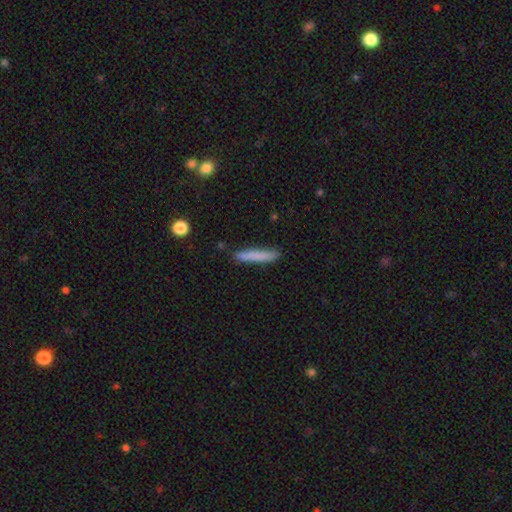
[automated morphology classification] type=smooth (78%); roundness=cigar-shaped (93%); merging=none (85%).